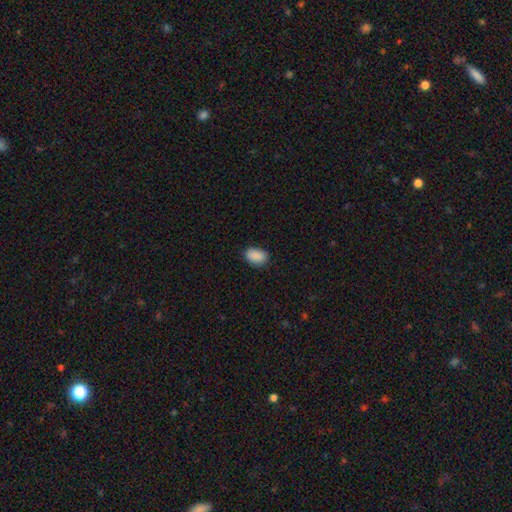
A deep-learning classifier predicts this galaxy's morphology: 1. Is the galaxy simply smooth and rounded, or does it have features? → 90% smooth, 8% star or artifact, 3% featured or disk.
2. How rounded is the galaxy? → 88% in between, 10% round, 1% cigar-shaped.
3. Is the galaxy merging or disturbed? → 84% none, 13% minor disturbance, 3% major disturbance, 1% merger.